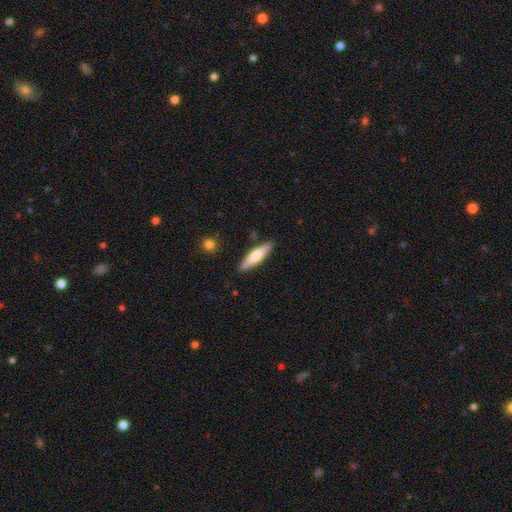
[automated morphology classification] Smooth or featured? Predicted: smooth (p=0.63). How rounded? Predicted: cigar-shaped (p=0.77). Merging? Predicted: none (p=0.87).